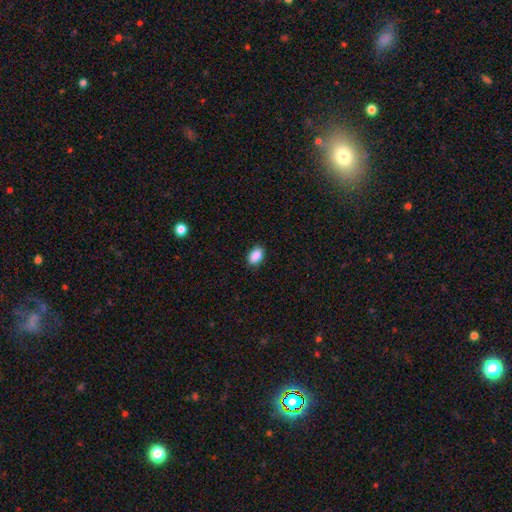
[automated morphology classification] smooth-or-featured: smooth: 90% | star or artifact: 7% | featured or disk: 3%
  how-rounded: in between: 87% | round: 11% | cigar-shaped: 1%
  merging: none: 87% | minor disturbance: 10% | major disturbance: 2% | merger: 1%